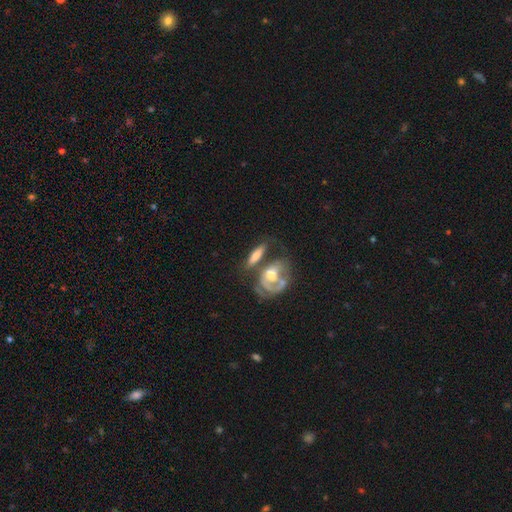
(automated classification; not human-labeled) The model was most divided on "merging" (2-way tie): merger: 37%, none: 37%, minor disturbance: 15%, major disturbance: 11%. More confident: how rounded — in between (59%); smooth or featured — smooth (54%).